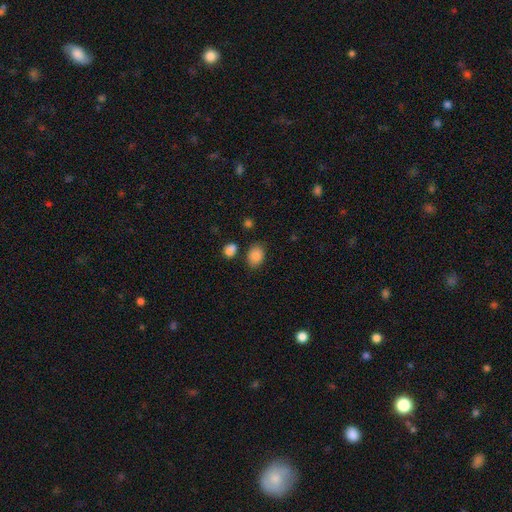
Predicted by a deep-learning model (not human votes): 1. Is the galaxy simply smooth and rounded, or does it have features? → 87% smooth, 8% star or artifact, 4% featured or disk.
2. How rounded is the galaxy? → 71% in between, 28% round, 1% cigar-shaped.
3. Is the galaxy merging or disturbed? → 76% none, 14% minor disturbance, 6% merger, 4% major disturbance.